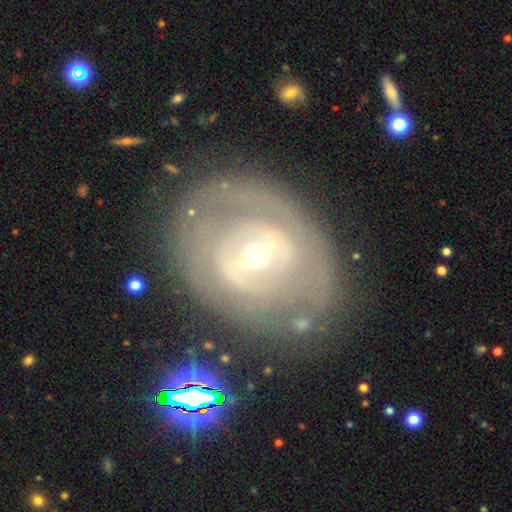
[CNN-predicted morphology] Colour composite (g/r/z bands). It shows a featured or disk galaxy (75%) with a weak bar (42%), spiral arms (52%) and a small central bulge (57%). Merging: none (74%).